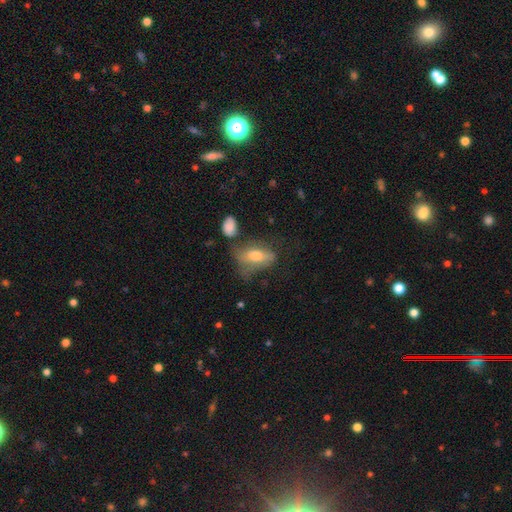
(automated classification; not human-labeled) This appears to be a smooth galaxy with no disk features (54%) that is in between round and cigar-shaped (78%). Merging: none (39%).